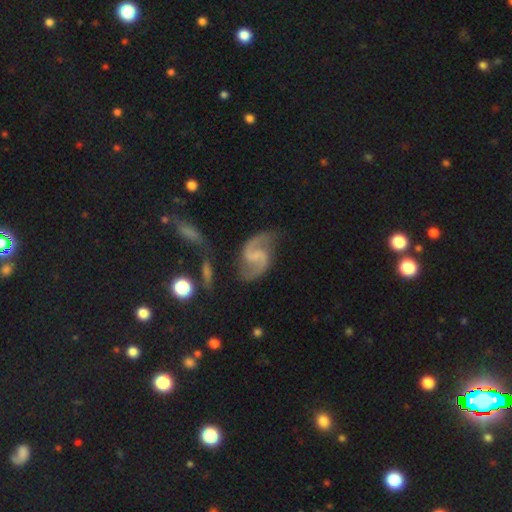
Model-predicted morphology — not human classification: A featured or disk galaxy (91%) with a weak bar (50%), 2 (94%) medium (49%) spiral arms (97%) and no central bulge (47%).

Vote fractions:
- Smooth or featured? featured or disk: 91% / smooth: 5% / star or artifact: 4%
- Edge-on disk? no: 98% / yes: 2%
- Bar? weak: 50% / no: 36% / strong: 15%
- Spiral arms? yes: 97% / no: 3%
- Spiral winding? medium: 49% / loose: 41% / tight: 10%
- Spiral arm count? 2: 94% / can't tell: 2% / 1: 1% / 3: 1% / 4: 1% / more than 4: 1%
- Bulge size? none: 47% / small: 38% / moderate: 13% / large: 2% / dominant: 1%
- Merging? none: 73% / minor disturbance: 16% / major disturbance: 6% / merger: 5%